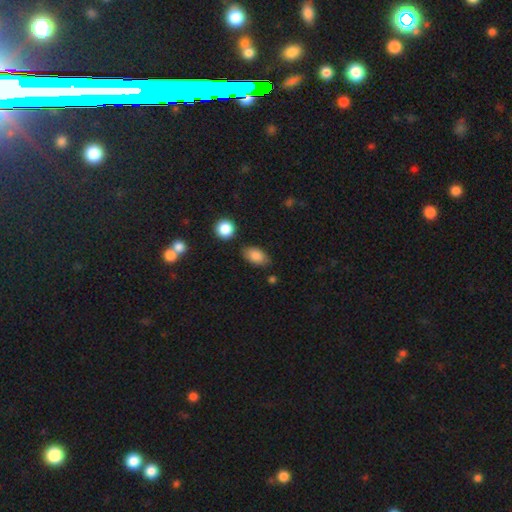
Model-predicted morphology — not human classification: smooth 85%, star or artifact 8%, featured or disk 7%. Down the decision tree: how rounded — in between (90%); merging — none (78%).